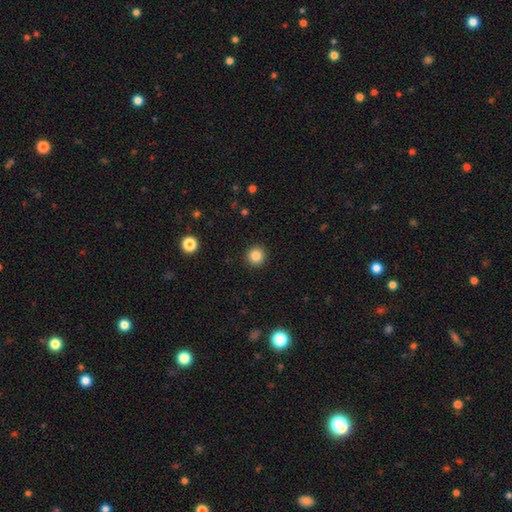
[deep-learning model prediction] The model was most divided on "smooth or featured": smooth: 85%, star or artifact: 11%, featured or disk: 4%. More confident: how rounded — round (95%); merging — none (92%).